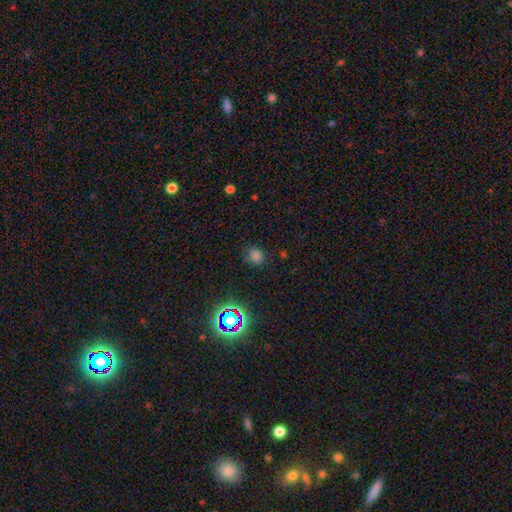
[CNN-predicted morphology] smooth-or-featured: smooth: 70% | star or artifact: 24% | featured or disk: 6%
  how-rounded: round: 64% | in between: 35% | cigar-shaped: 1%
  merging: none: 77% | minor disturbance: 17% | major disturbance: 5% | merger: 2%